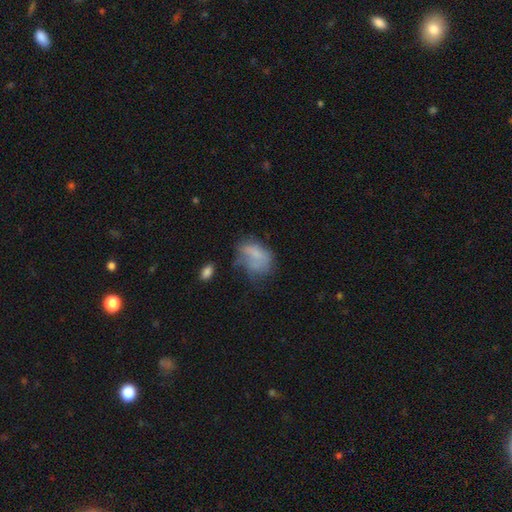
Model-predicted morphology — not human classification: smooth_or_featured: smooth (p=0.62) [alt: featured or disk p=0.27]
how_rounded: in between (p=0.78) [alt: round p=0.20]
merging: none (p=0.32) [alt: minor disturbance p=0.30]